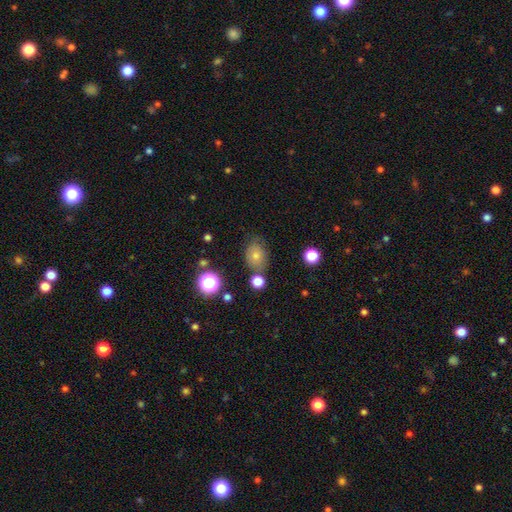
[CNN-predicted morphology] Smooth or featured? smooth (74%)
How rounded? in between (68%)
Merging? none (66%)